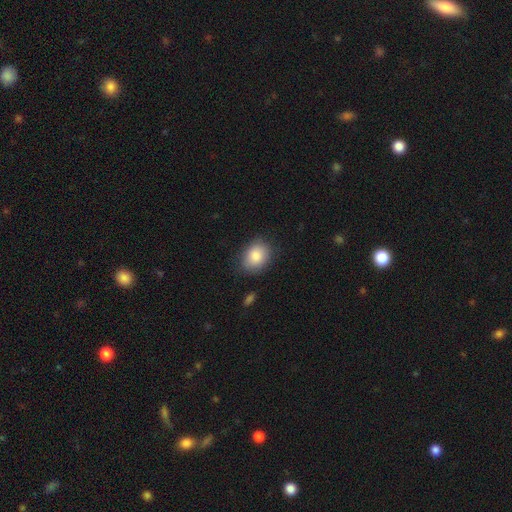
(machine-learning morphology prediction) smooth_or_featured: smooth (p=0.85) [alt: featured or disk p=0.08]
how_rounded: in between (p=0.53) [alt: round p=0.46]
merging: none (p=0.79) [alt: minor disturbance p=0.15]